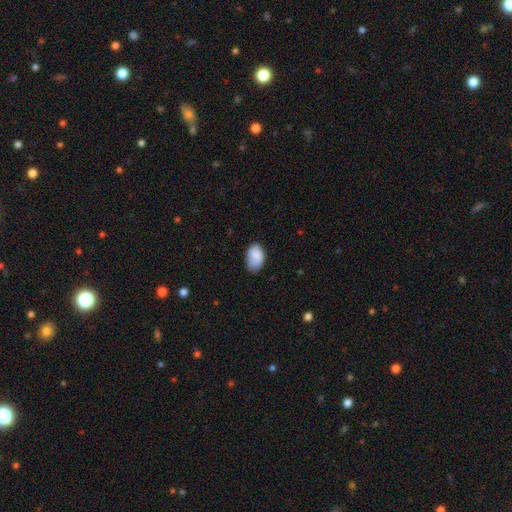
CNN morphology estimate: smooth_or_featured: smooth (p=0.84) [alt: featured or disk p=0.09]
how_rounded: in between (p=0.89) [alt: round p=0.10]
merging: none (p=0.63) [alt: minor disturbance p=0.30]